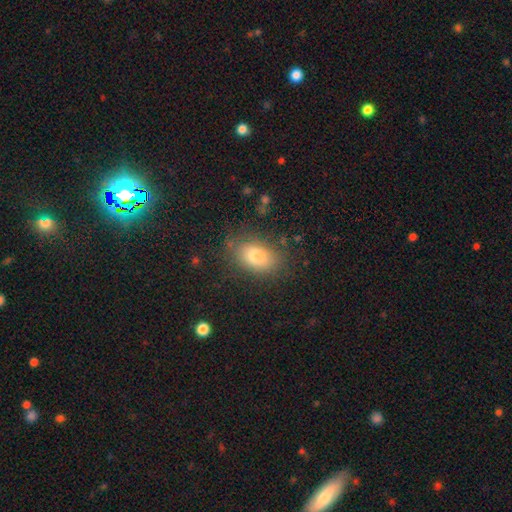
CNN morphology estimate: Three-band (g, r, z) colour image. It shows a smooth galaxy with no disk features (79%) that is in between round and cigar-shaped (86%). Merging: none (77%).